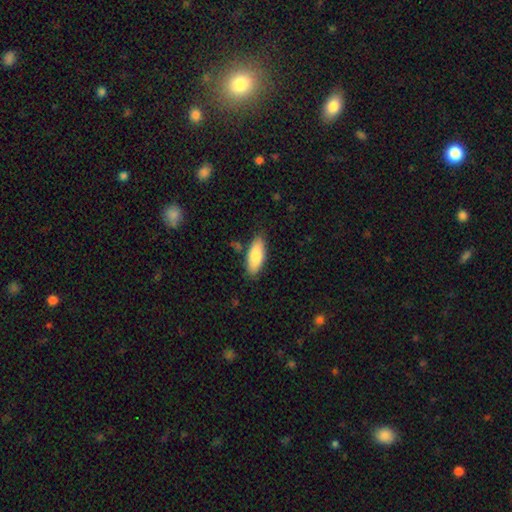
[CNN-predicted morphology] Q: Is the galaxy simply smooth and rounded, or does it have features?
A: smooth — 84%.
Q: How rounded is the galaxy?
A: in between — 79%.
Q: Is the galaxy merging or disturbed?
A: none — 82%.